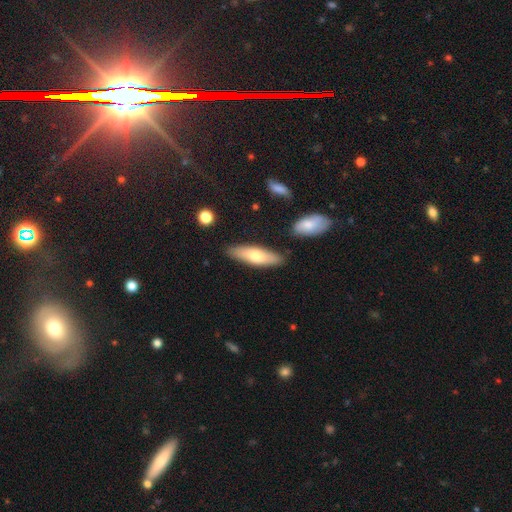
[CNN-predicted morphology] Smooth or featured: smooth — 66% (featured or disk — 28%)
How rounded: cigar-shaped — 53% (in between — 46%)
Merging: none — 85% (minor disturbance — 10%)